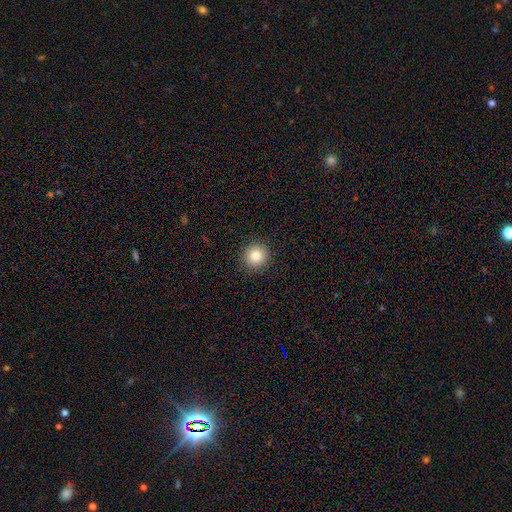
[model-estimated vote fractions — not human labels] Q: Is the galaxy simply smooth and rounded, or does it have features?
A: smooth — 81%.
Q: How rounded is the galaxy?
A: round — 93%.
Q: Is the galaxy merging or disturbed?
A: none — 92%.